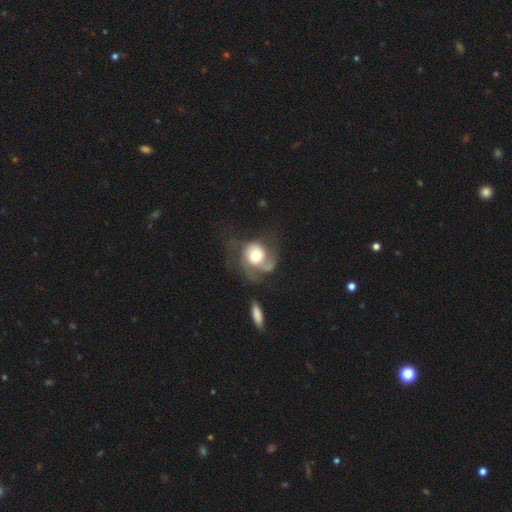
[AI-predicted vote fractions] smooth_or_featured: featured or disk (p=0.55) [alt: smooth p=0.37]
disk_edge_on: no (p=0.97) [alt: yes p=0.03]
bar: no (p=0.82) [alt: weak p=0.15]
has_spiral_arms: yes (p=0.73) [alt: no p=0.27]
bulge_size: moderate (p=0.58) [alt: large p=0.31]
merging: major disturbance (p=0.39) [alt: none p=0.34]